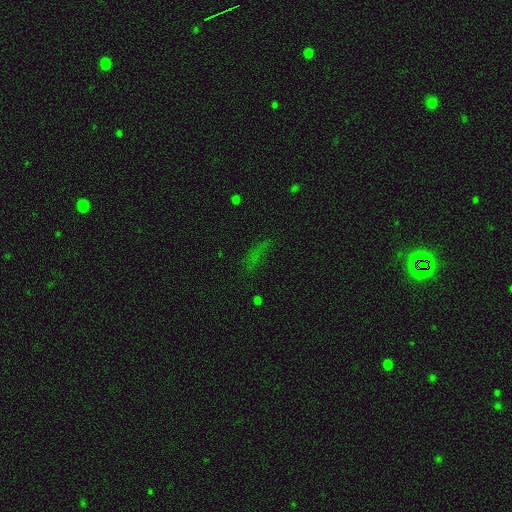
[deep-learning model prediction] Q: Smooth or featured?
A: star or artifact (46%); runner-up: smooth (39%)